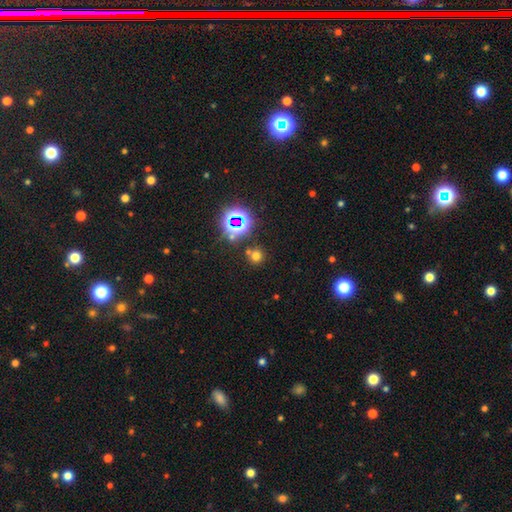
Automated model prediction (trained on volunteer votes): Smooth or featured? smooth (62%)
How rounded? round (91%)
Merging? none (75%)